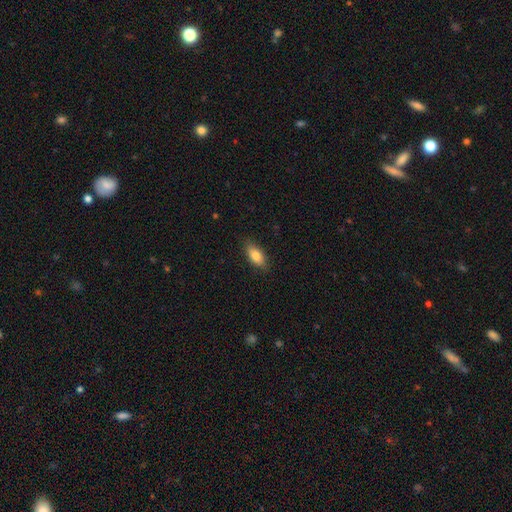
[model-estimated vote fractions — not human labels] Overall: smooth (83%). How rounded: in between (84%). Merging: none (85%).